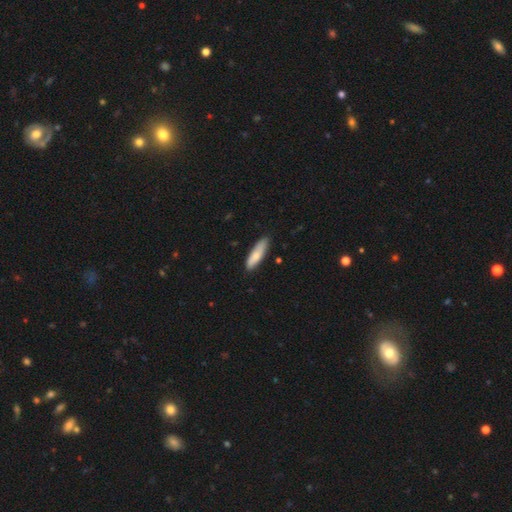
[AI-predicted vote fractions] A smooth galaxy with no disk features (75%) that is cigar-shaped (62%). Merging: none (84%).